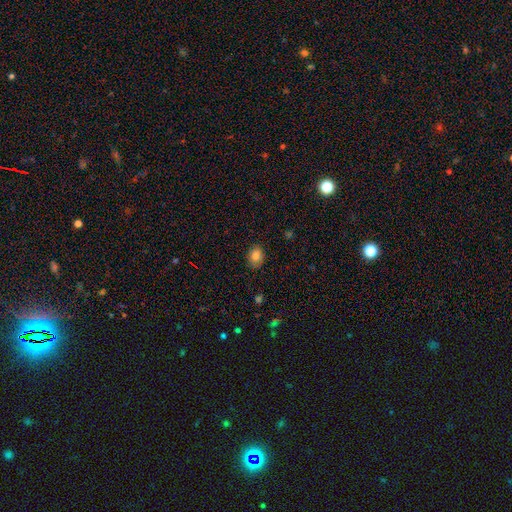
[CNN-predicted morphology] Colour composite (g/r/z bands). It shows a smooth galaxy with no disk features (84%) that is in between round and cigar-shaped (64%). Merging: none (84%).